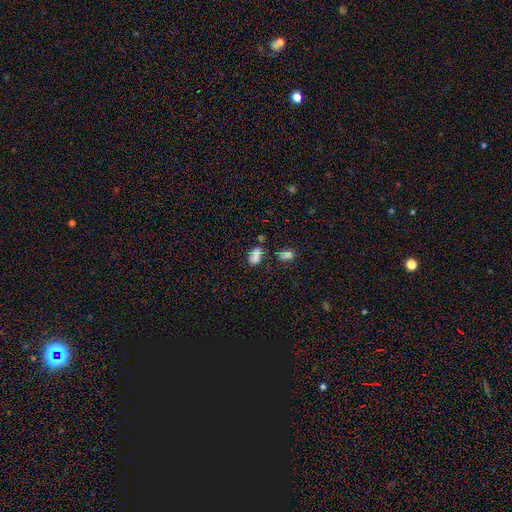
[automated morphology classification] Smooth or featured? smooth (79%)
How rounded? in between (89%)
Merging? none (56%)